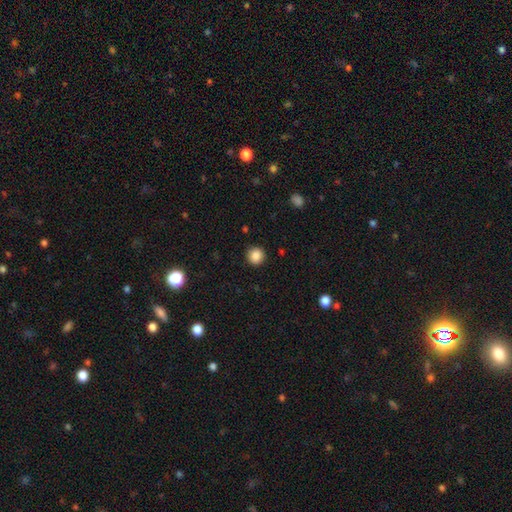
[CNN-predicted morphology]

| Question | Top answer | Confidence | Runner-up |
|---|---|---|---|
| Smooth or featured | smooth | 87% | star or artifact (10%) |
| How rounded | round | 92% | in between (7%) |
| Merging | none | 91% | minor disturbance (6%) |